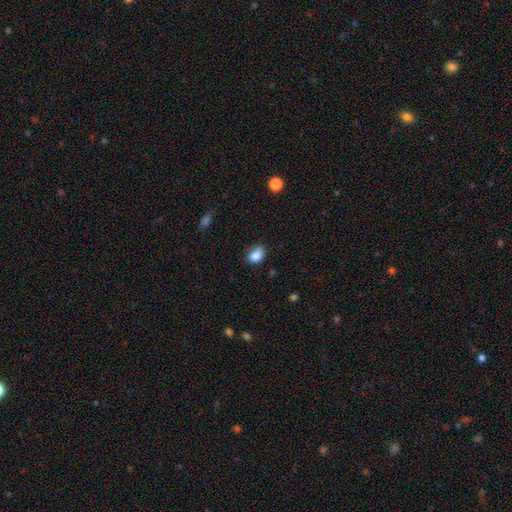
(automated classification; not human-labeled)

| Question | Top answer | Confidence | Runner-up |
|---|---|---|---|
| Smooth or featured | smooth | 86% | star or artifact (9%) |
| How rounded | in between | 66% | round (33%) |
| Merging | none | 70% | minor disturbance (24%) |